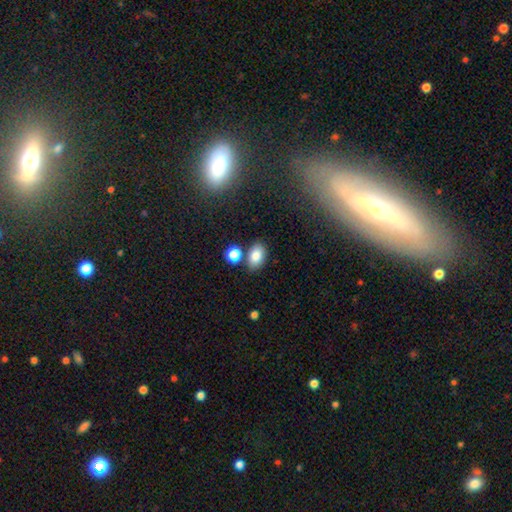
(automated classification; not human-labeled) Overall: smooth (83%). How rounded: in between (85%). Merging: none (76%).